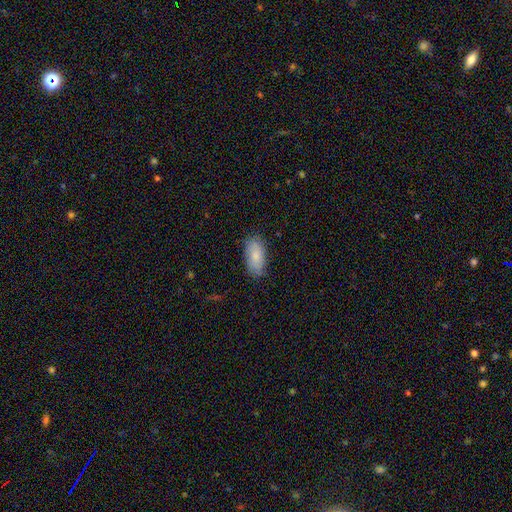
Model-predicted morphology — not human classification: Smooth or featured: smooth — 80% (featured or disk — 14%)
How rounded: in between — 91% (cigar-shaped — 7%)
Merging: none — 78% (minor disturbance — 17%)